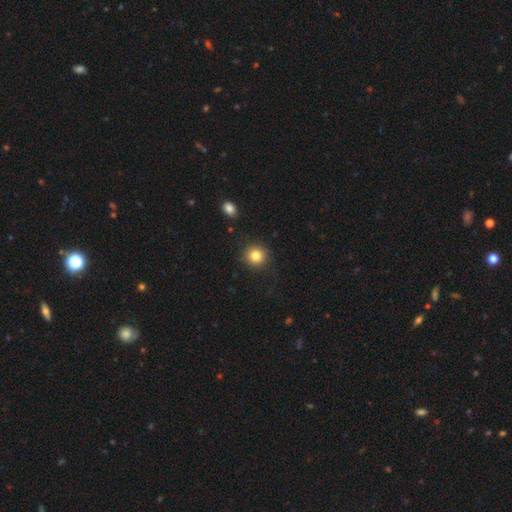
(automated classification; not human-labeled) Morphology: type=smooth (82%); roundness=round (92%); merging=none (89%).